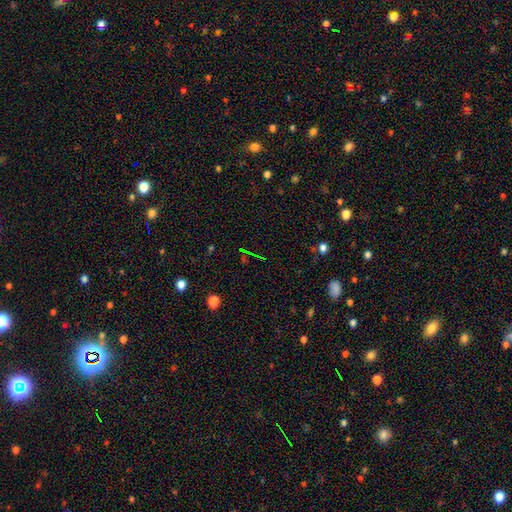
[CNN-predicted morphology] This is likely a star or artifact rather than a galaxy (68%).